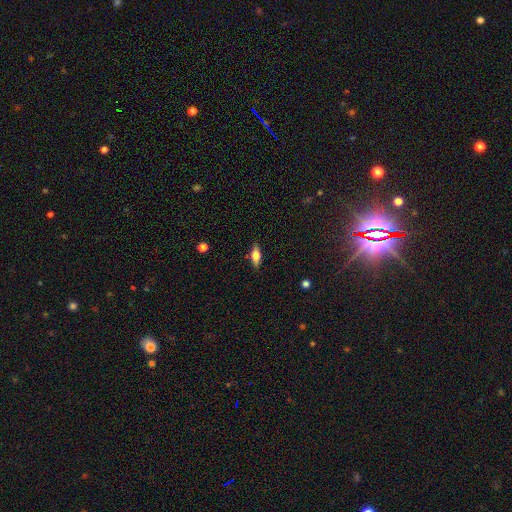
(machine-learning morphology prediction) Overall: smooth (54%; featured or disk 37%). How rounded: in between (67%; cigar-shaped 28%). Merging: none (85%).